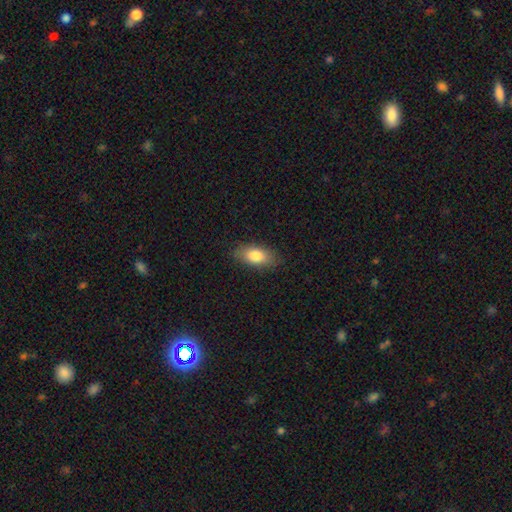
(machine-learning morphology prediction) smooth-or-featured: smooth: 81% | featured or disk: 11% | star or artifact: 7%
  how-rounded: in between: 87% | cigar-shaped: 8% | round: 4%
  merging: none: 84% | minor disturbance: 12% | major disturbance: 3% | merger: 1%